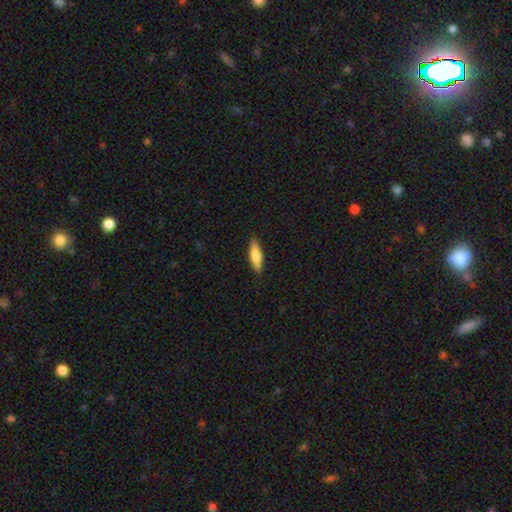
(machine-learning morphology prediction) smooth-or-featured: smooth: 70% | featured or disk: 25% | star or artifact: 6%
  how-rounded: cigar-shaped: 60% | in between: 38% | round: 2%
  merging: none: 89% | minor disturbance: 8% | major disturbance: 2% | merger: 1%